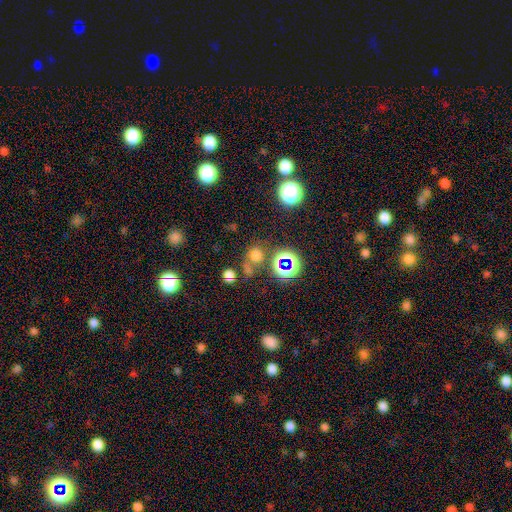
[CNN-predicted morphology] Smooth or featured: smooth — 58% (star or artifact — 33%)
How rounded: round — 83% (in between — 15%)
Merging: none — 60% (merger — 20%)